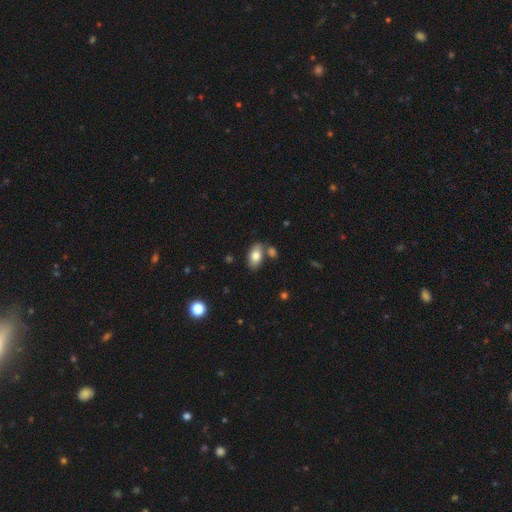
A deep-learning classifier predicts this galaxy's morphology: Smooth or featured?
  - smooth: 80% *
  - featured or disk: 12%
  - star or artifact: 8%
How rounded?
  - in between: 92% *
  - round: 6%
  - cigar-shaped: 2%
Merging?
  - none: 68% *
  - merger: 15%
  - minor disturbance: 13%
  - major disturbance: 3%